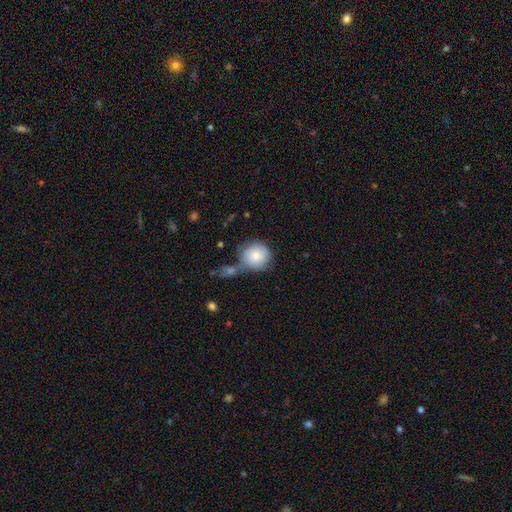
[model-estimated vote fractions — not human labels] This is clearly a smooth galaxy (80%). How rounded: clearly round (90%). Merging: marginally none (45%).